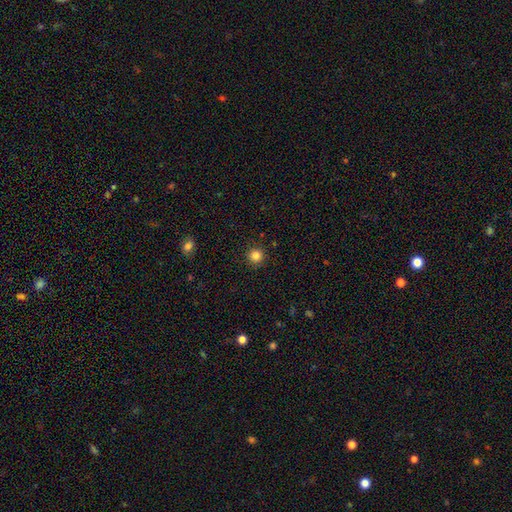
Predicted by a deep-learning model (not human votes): Smooth or featured: smooth — 84% (star or artifact — 12%)
How rounded: round — 95% (in between — 4%)
Merging: none — 92% (minor disturbance — 5%)